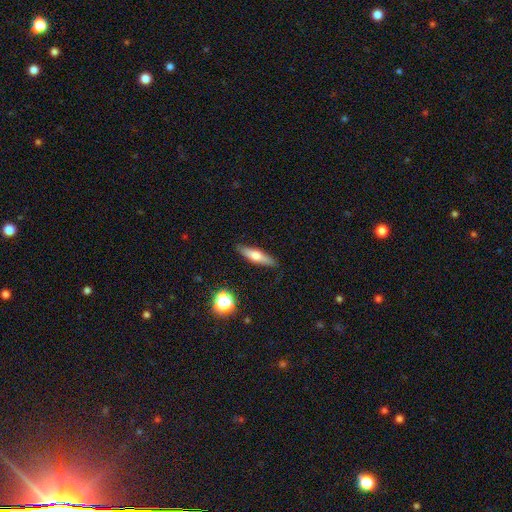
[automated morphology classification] A smooth galaxy with no disk features (55%) that is cigar-shaped (69%). Merging: none (86%).